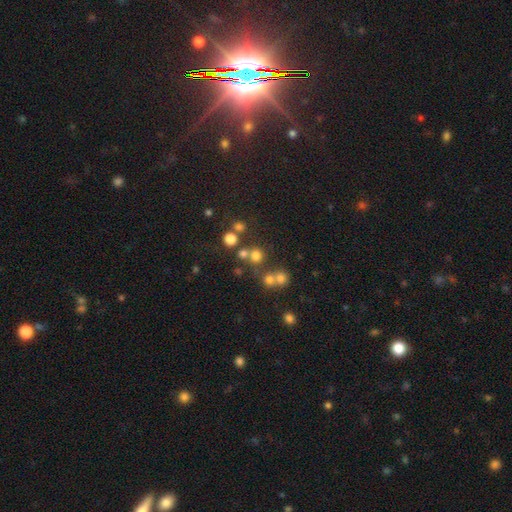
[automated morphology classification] type=smooth (69%); roundness=round (89%); merging=none (64%).